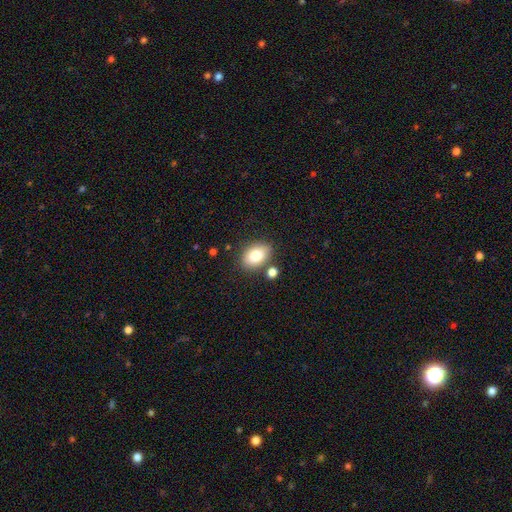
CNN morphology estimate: smooth-or-featured: smooth: 82% | featured or disk: 10% | star or artifact: 8%
  how-rounded: in between: 81% | round: 18% | cigar-shaped: 1%
  merging: none: 78% | minor disturbance: 11% | merger: 8% | major disturbance: 3%